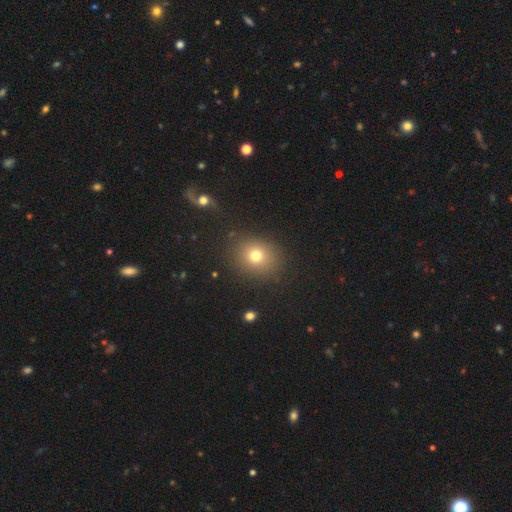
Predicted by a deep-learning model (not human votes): A smooth galaxy with no disk features (74%) that is round (66%).

Vote fractions:
- Smooth or featured? smooth: 74% / star or artifact: 15% / featured or disk: 10%
- How rounded? round: 66% / in between: 33% / cigar-shaped: 1%
- Merging? none: 85% / minor disturbance: 9% / major disturbance: 4% / merger: 2%